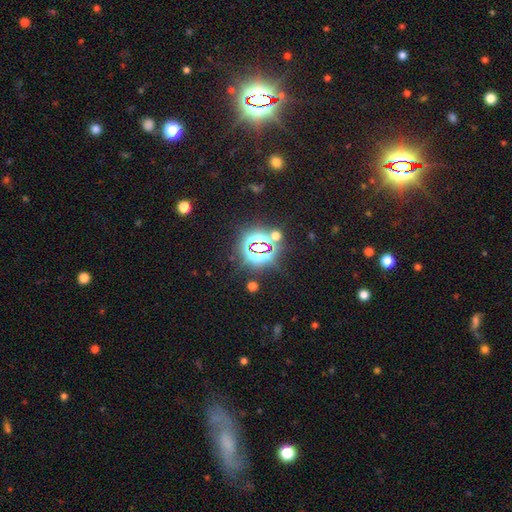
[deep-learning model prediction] Smooth or featured? Predicted: star or artifact (p=0.81).